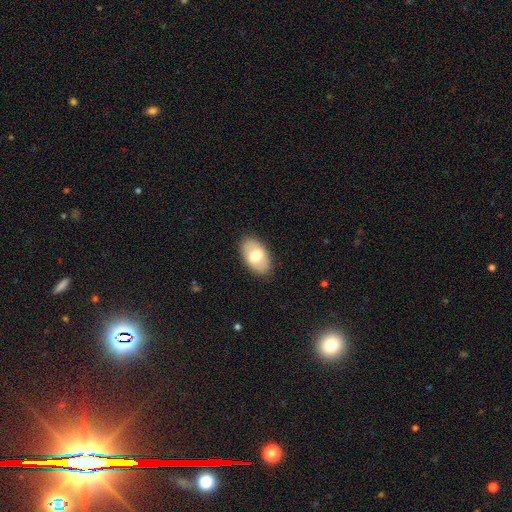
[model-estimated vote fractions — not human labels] Morphology: type=smooth (64%); roundness=in between (92%); merging=none (86%).